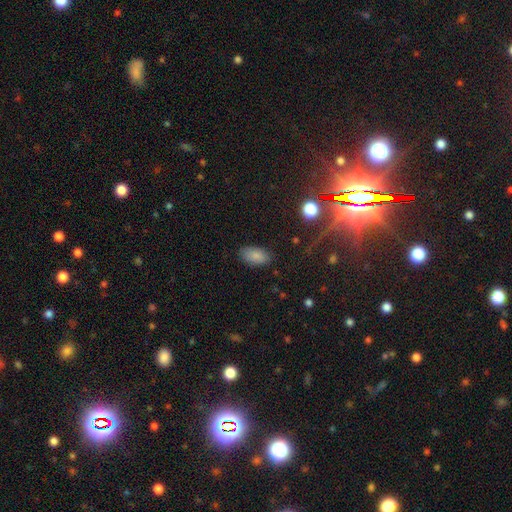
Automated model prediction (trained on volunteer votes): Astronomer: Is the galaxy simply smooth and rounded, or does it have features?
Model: smooth — 85%.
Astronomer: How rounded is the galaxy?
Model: in between — 94%.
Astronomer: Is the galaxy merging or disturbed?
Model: none — 84%.